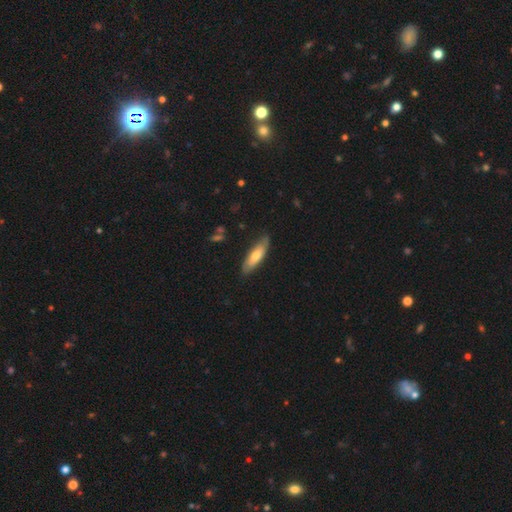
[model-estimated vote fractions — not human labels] Overall: smooth (64%; featured or disk 30%). How rounded: cigar-shaped (58%; in between 41%). Merging: none (80%).